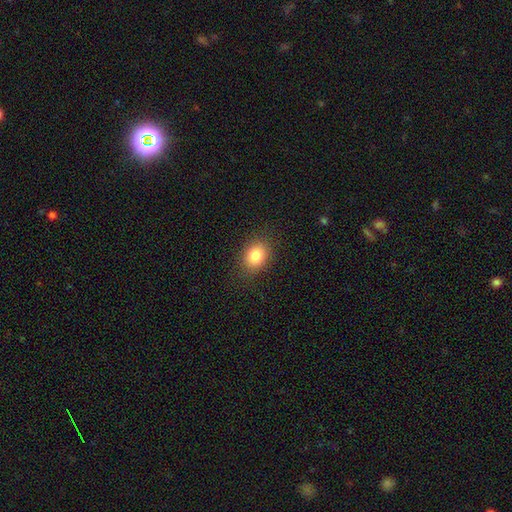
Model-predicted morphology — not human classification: Q: Smooth or featured?
A: smooth (82%); runner-up: star or artifact (10%)
Q: How rounded?
A: in between (58%); runner-up: round (41%)
Q: Merging?
A: none (86%); runner-up: minor disturbance (10%)